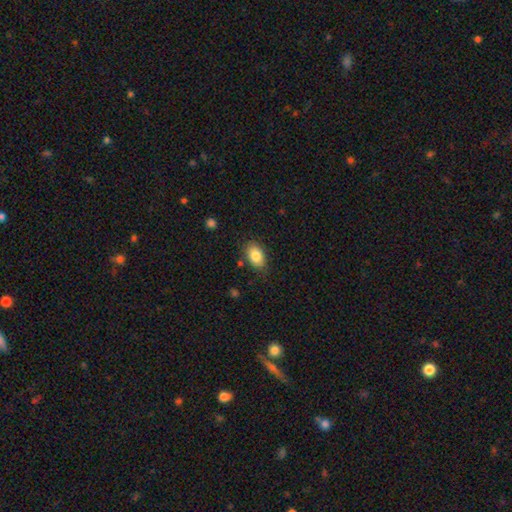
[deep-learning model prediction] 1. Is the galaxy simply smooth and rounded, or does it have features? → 83% smooth, 9% featured or disk, 8% star or artifact.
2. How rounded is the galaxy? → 89% in between, 9% round, 2% cigar-shaped.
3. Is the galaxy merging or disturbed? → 80% none, 15% minor disturbance, 3% major disturbance, 2% merger.